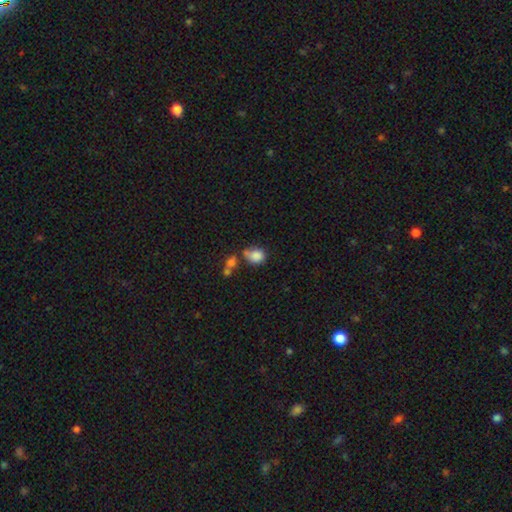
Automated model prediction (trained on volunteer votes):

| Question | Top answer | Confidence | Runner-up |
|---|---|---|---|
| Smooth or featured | smooth | 84% | star or artifact (9%) |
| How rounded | round | 50% | in between (49%) |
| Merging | none | 43% | merger (26%) |